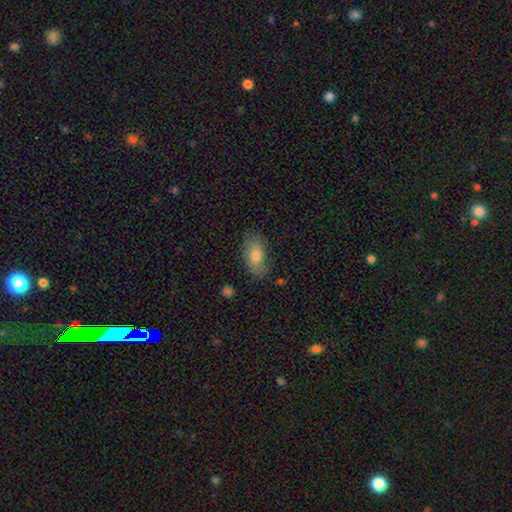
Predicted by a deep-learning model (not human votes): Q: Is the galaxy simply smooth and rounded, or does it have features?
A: smooth — 74%.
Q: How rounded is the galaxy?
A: in between — 89%.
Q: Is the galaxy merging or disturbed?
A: none — 73%.